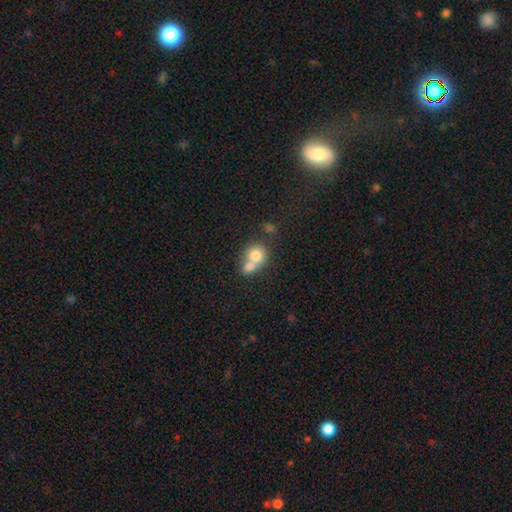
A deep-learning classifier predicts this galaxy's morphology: Smooth or featured?
  - smooth: 73% *
  - featured or disk: 17%
  - star or artifact: 9%
How rounded?
  - round: 71% *
  - in between: 28%
  - cigar-shaped: 1%
Merging?
  - merger: 66% *
  - none: 24%
  - minor disturbance: 6%
  - major disturbance: 3%